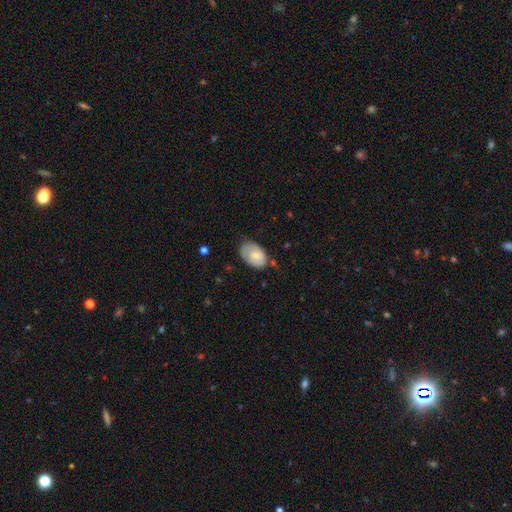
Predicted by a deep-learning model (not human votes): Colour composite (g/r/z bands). It shows a smooth galaxy with no disk features (71%) that is in between round and cigar-shaped (88%). Merging: none (58%).